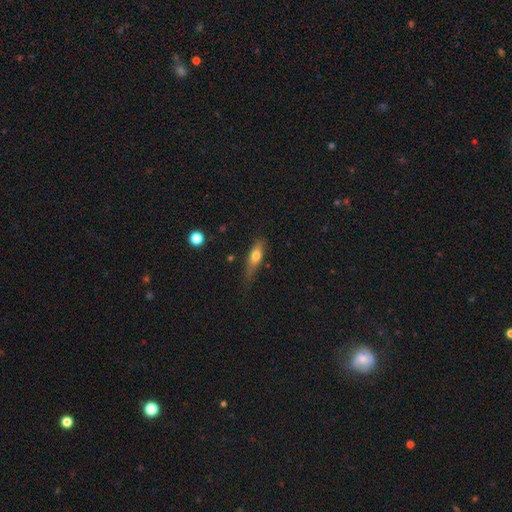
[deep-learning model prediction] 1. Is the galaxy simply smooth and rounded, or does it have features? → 65% smooth, 28% featured or disk, 8% star or artifact.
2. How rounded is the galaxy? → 48% in between, 47% cigar-shaped, 5% round.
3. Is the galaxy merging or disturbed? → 60% none, 29% minor disturbance, 8% major disturbance, 3% merger.